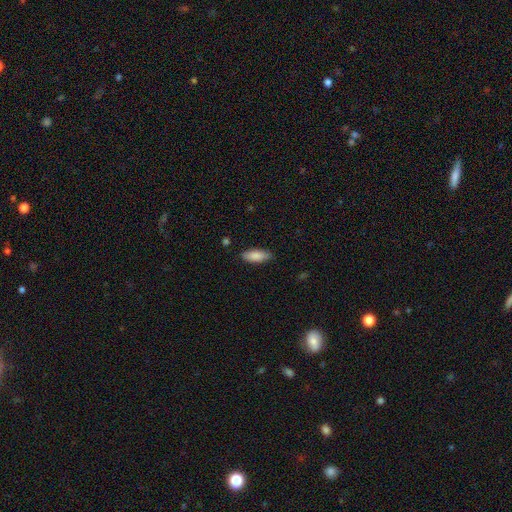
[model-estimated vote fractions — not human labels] Smooth or featured: smooth — 87% (featured or disk — 7%)
How rounded: in between — 79% (cigar-shaped — 19%)
Merging: none — 84% (minor disturbance — 12%)